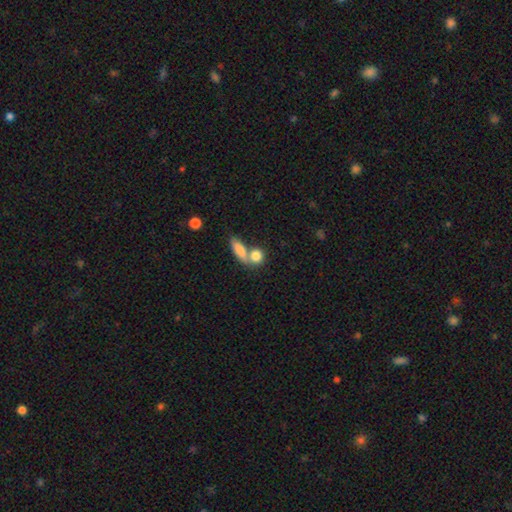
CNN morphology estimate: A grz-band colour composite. It shows a smooth galaxy with no disk features (81%) that is round (56%). Merging: none (44%).